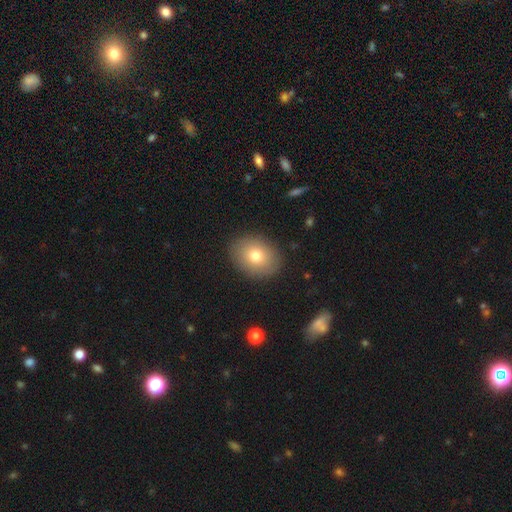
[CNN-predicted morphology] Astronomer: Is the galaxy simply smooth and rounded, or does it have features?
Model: smooth — 77%.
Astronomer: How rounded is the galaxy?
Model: in between — 62% (runner-up: round, 37%).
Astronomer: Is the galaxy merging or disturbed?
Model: none — 88%.